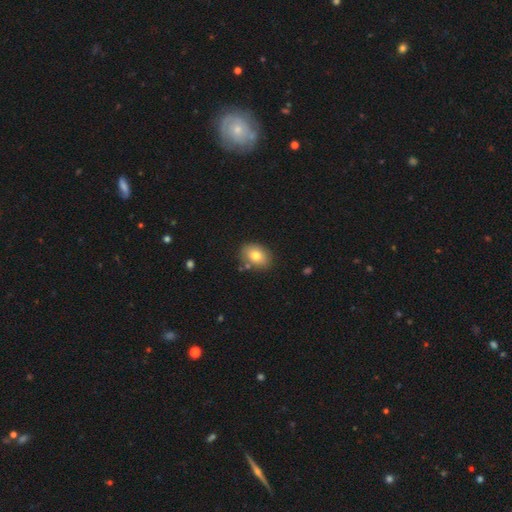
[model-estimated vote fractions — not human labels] Smooth or featured? Predicted: smooth (p=0.78). How rounded? Predicted: in between (p=0.75). Merging? Predicted: none (p=0.80).